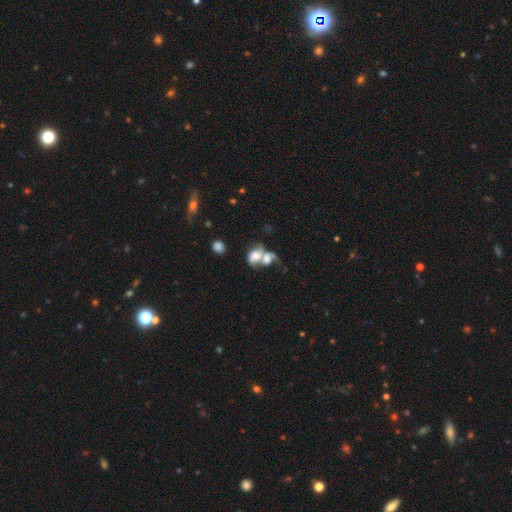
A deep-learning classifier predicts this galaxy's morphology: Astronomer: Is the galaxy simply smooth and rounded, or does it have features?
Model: smooth — 54% (runner-up: featured or disk, 36%).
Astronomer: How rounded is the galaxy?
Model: in between — 68%.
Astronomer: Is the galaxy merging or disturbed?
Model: merger — 75%.